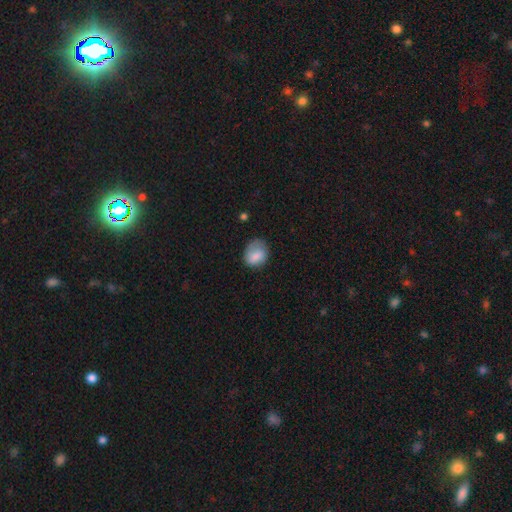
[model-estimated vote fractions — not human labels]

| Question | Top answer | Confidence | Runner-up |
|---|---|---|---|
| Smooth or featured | smooth | 80% | featured or disk (12%) |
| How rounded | in between | 53% | round (46%) |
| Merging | none | 58% | minor disturbance (29%) |